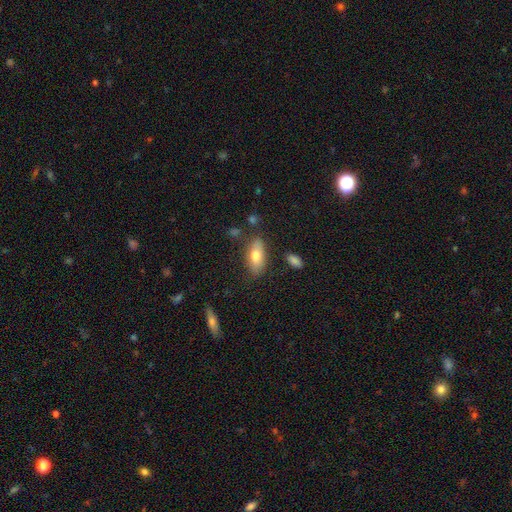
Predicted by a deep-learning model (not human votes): Morphology: type=smooth (74%); roundness=in between (85%); merging=none (79%).